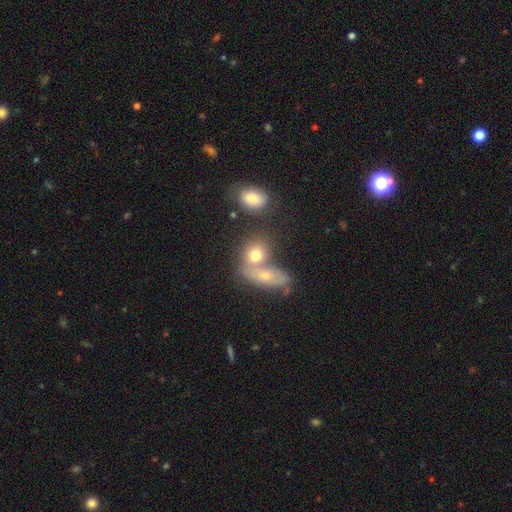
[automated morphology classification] Overall: smooth (70%). How rounded: round (48%, tied with in between). Merging: merger (48%; none 38%).